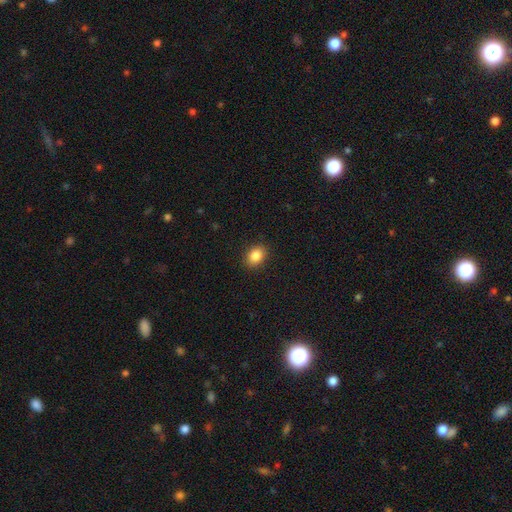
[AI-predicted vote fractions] Morphology: type=smooth (86%); roundness=in between (64%); merging=none (90%).